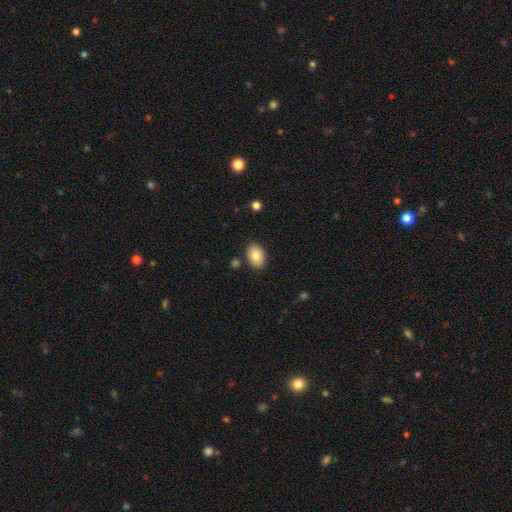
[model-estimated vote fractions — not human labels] smooth 83%, featured or disk 10%, star or artifact 7%. Down the decision tree: how rounded — in between (83%); merging — none (85%).